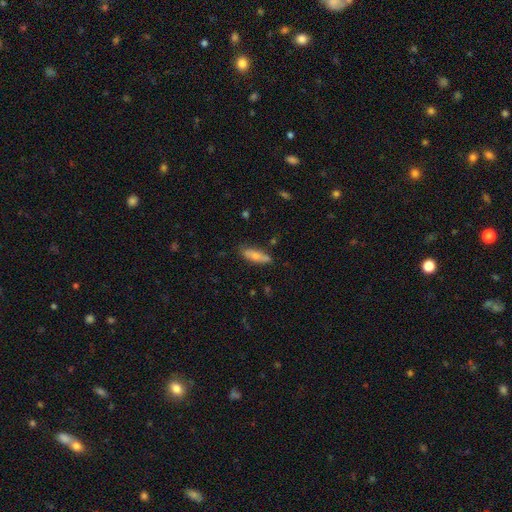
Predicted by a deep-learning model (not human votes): Overall: smooth (69%). How rounded: in between (51%; cigar-shaped 47%). Merging: none (73%).